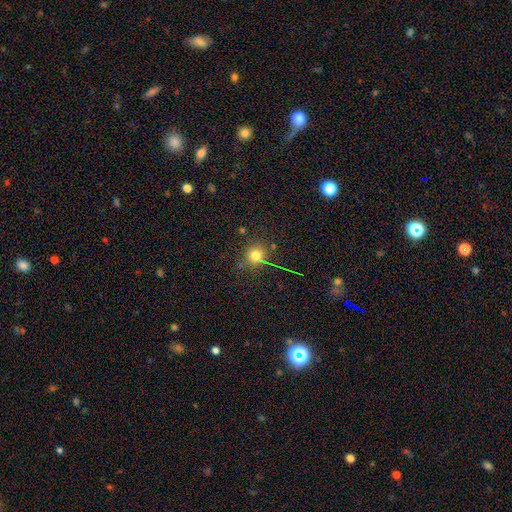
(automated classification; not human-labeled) Overall: smooth (76%). How rounded: round (90%). Merging: none (80%).